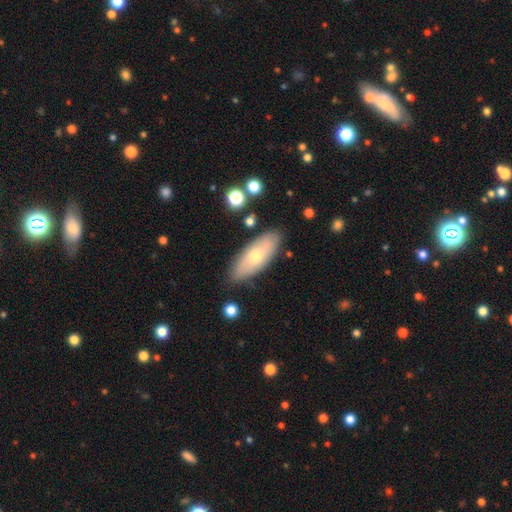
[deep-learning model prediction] smooth_or_featured: smooth (p=0.59) [alt: featured or disk p=0.35]
how_rounded: in between (p=0.75) [alt: cigar-shaped p=0.22]
merging: none (p=0.82) [alt: minor disturbance p=0.13]